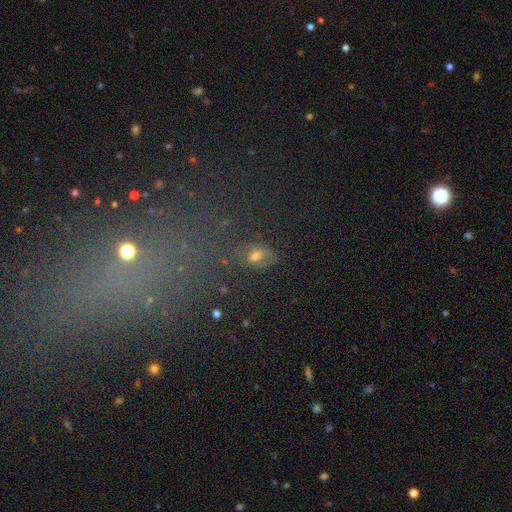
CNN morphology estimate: A smooth galaxy with no disk features (46%). Merging: none (60%).